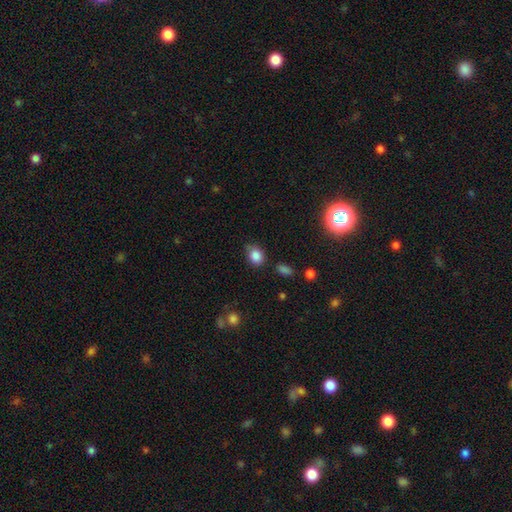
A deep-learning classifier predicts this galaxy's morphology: Overall: smooth (84%). How rounded: in between (51%; round 48%). Merging: none (68%).